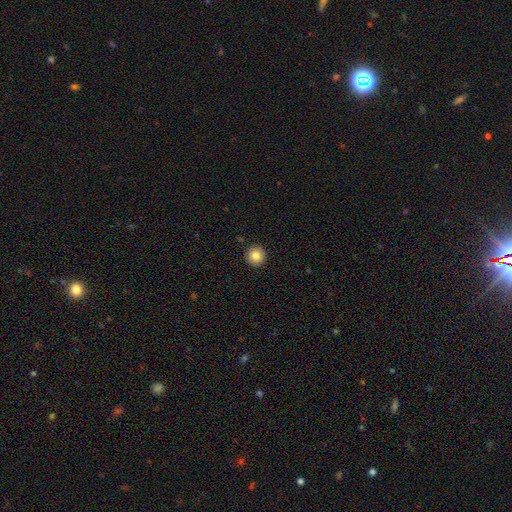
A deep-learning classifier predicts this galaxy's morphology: Q: Smooth or featured?
A: smooth (85%); runner-up: star or artifact (10%)
Q: How rounded?
A: round (95%); runner-up: in between (4%)
Q: Merging?
A: none (93%); runner-up: minor disturbance (5%)